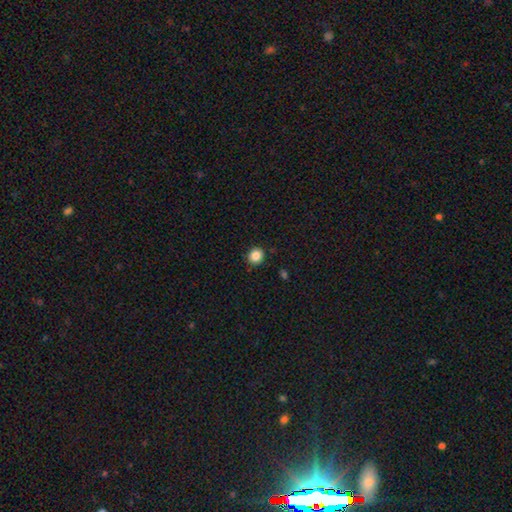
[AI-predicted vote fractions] smooth_or_featured: smooth (p=0.86) [alt: star or artifact p=0.10]
how_rounded: round (p=0.85) [alt: in between p=0.14]
merging: none (p=0.89) [alt: minor disturbance p=0.07]